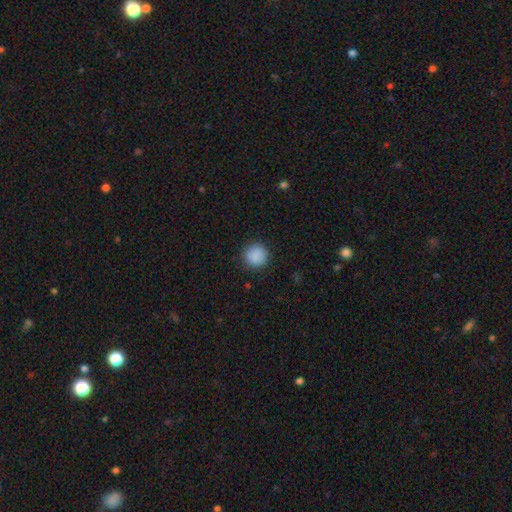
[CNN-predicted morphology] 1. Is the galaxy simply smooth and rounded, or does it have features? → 89% smooth, 9% star or artifact, 3% featured or disk.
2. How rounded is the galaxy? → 93% round, 6% in between, 1% cigar-shaped.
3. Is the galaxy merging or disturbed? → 90% none, 7% minor disturbance, 2% major disturbance, 1% merger.